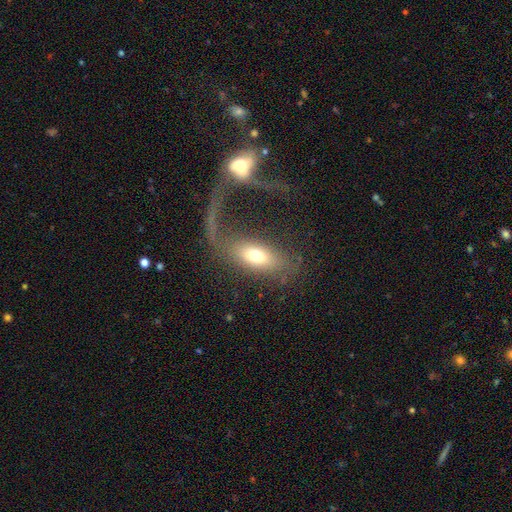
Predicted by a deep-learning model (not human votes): Smooth or featured? smooth (63%)
How rounded? in between (81%)
Merging? none (39%)